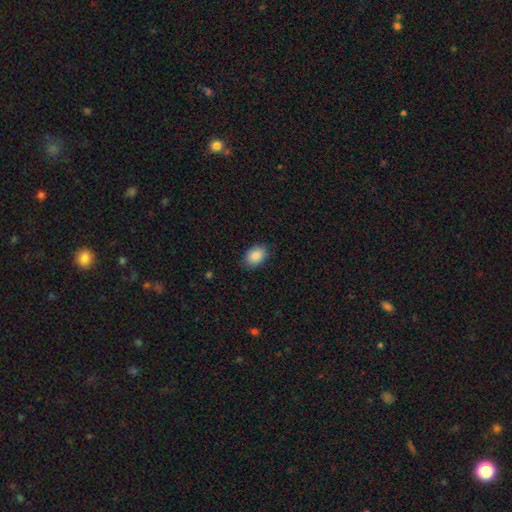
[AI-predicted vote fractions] Smooth or featured? smooth (88%)
How rounded? in between (79%)
Merging? none (84%)